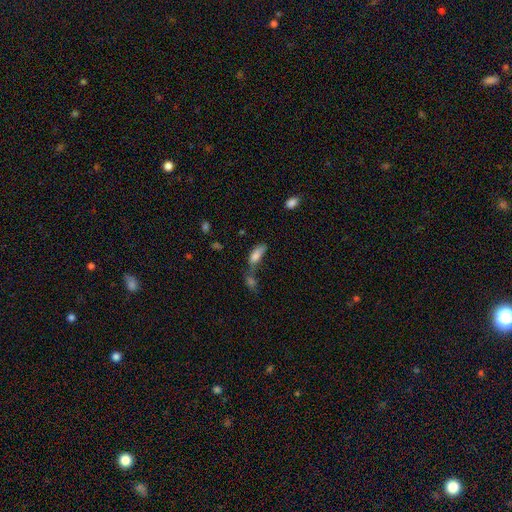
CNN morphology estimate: A smooth galaxy with no disk features (76%) that is in between round and cigar-shaped (66%). Merging: merger (41%).